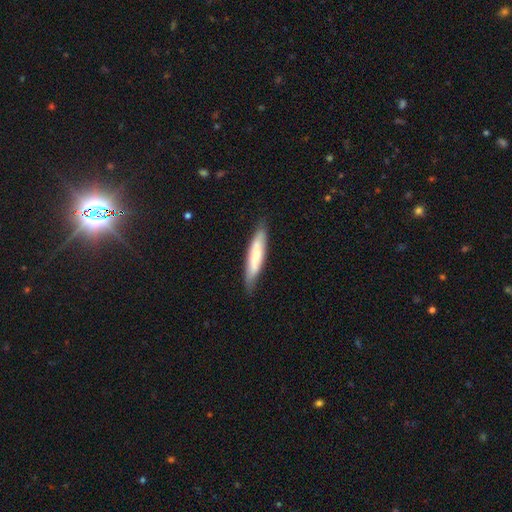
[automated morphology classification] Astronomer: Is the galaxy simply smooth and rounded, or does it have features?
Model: smooth — 67%.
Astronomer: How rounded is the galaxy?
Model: cigar-shaped — 84%.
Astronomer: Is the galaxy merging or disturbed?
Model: none — 82%.